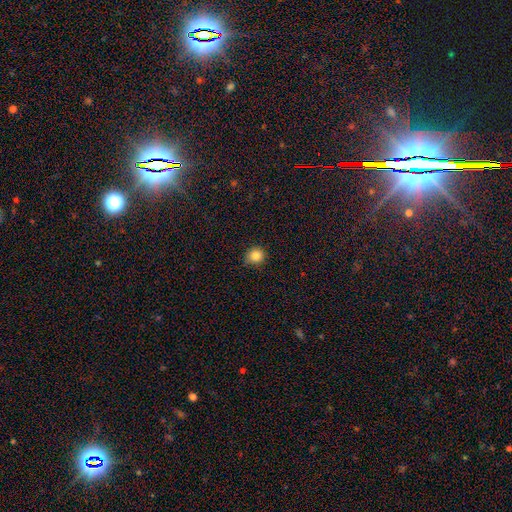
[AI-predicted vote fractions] This appears to be a smooth galaxy with no disk features (84%) that is round (83%). Merging: none (81%).